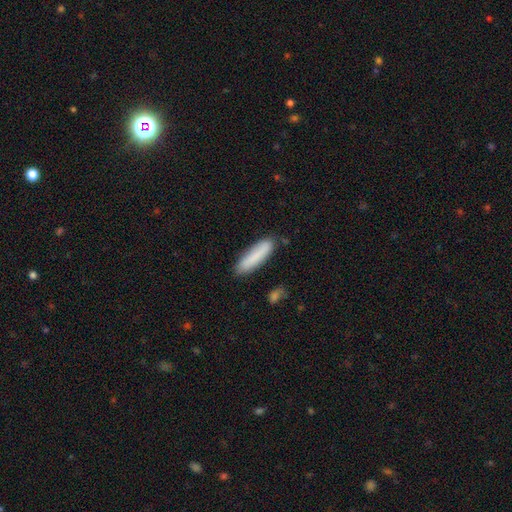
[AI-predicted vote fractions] This is clearly a smooth galaxy (82%). How rounded: likely cigar-shaped (74%). Merging: clearly none (82%).